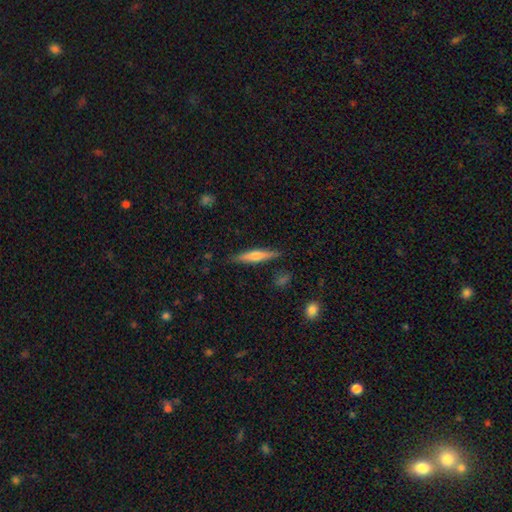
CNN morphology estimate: smooth-or-featured: smooth: 47% (tied) | featured or disk: 47% (tied) | star or artifact: 6%
  merging: none: 87% | minor disturbance: 9% | major disturbance: 2% | merger: 2%